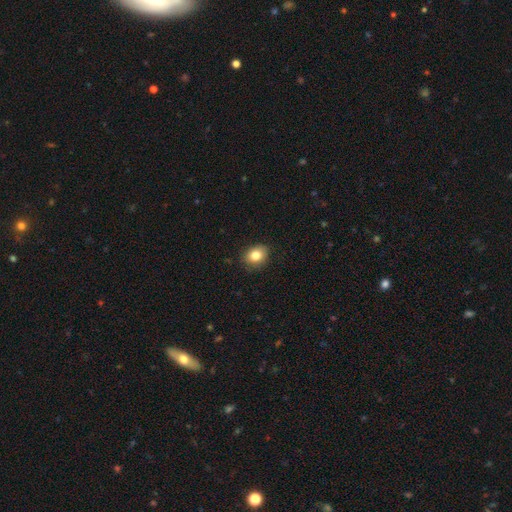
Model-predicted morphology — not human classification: Q: Smooth or featured?
A: smooth (83%); runner-up: star or artifact (10%)
Q: How rounded?
A: in between (55%); runner-up: round (44%)
Q: Merging?
A: none (85%); runner-up: minor disturbance (12%)